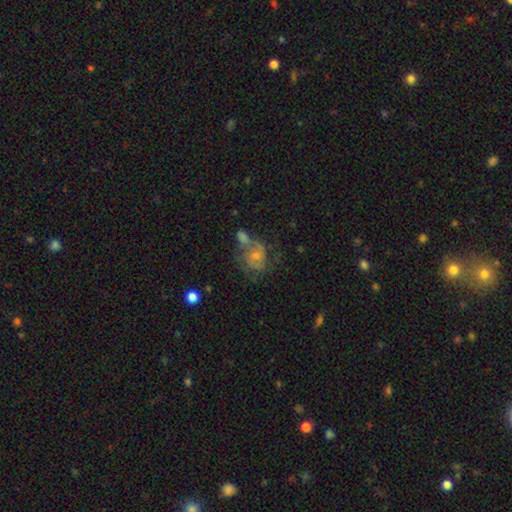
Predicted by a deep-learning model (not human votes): Smooth or featured: featured or disk — 64% (smooth — 24%)
Edge-on disk: no — 97% (yes — 3%)
Bar: no — 72% (weak — 24%)
Spiral arms: yes — 82% (no — 18%)
Spiral winding: medium — 45% (tight — 38%)
Spiral arm count: 2 — 52% (can't tell — 26%)
Bulge size: moderate — 46% (tied with small — 46%)
Merging: none — 44% (merger — 25%)